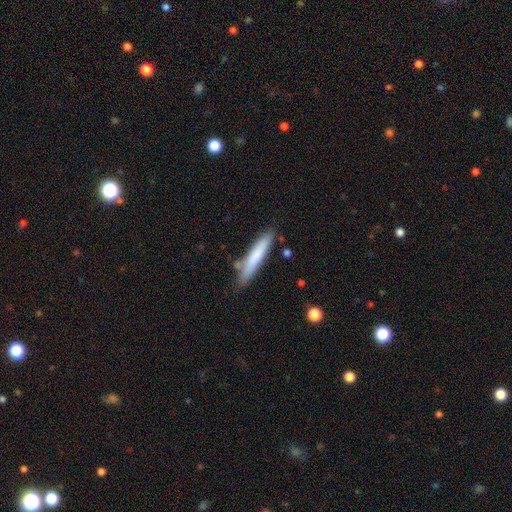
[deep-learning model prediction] This appears to be a smooth galaxy with no disk features (76%) that is cigar-shaped (90%). Merging: none (81%).